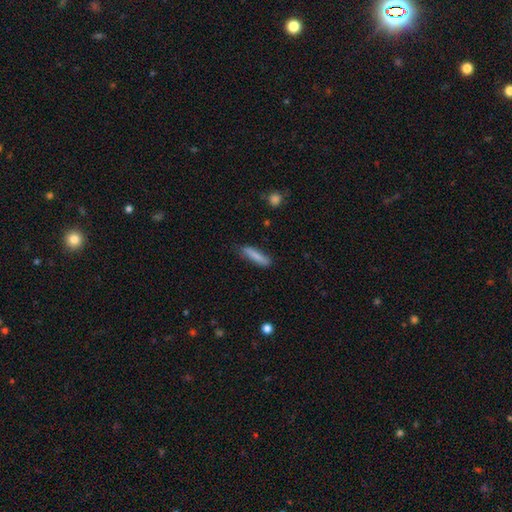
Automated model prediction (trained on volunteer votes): smooth 81%, featured or disk 13%, star or artifact 6%. Down the decision tree: how rounded — cigar-shaped (82%); merging — none (81%).